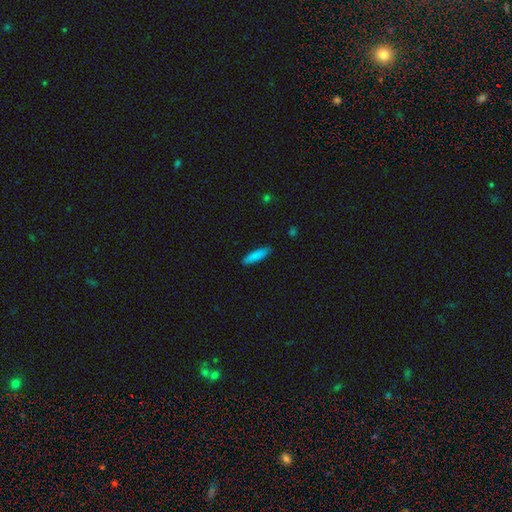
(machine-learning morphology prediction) This appears to be a smooth galaxy with no disk features (86%) that is cigar-shaped (76%). Merging: none (89%).